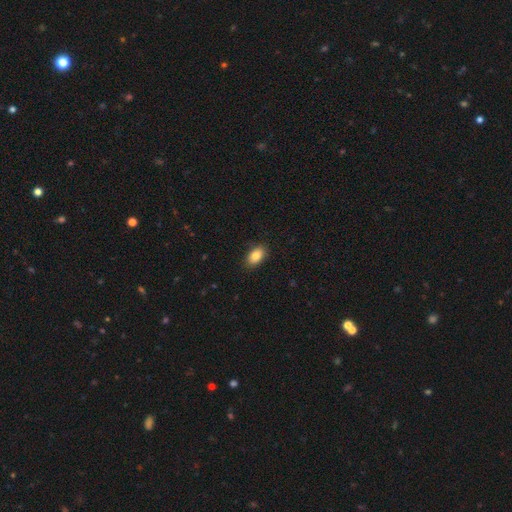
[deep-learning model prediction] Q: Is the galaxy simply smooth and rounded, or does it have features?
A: smooth — 86%.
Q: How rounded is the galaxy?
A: in between — 92%.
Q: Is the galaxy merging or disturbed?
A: none — 87%.